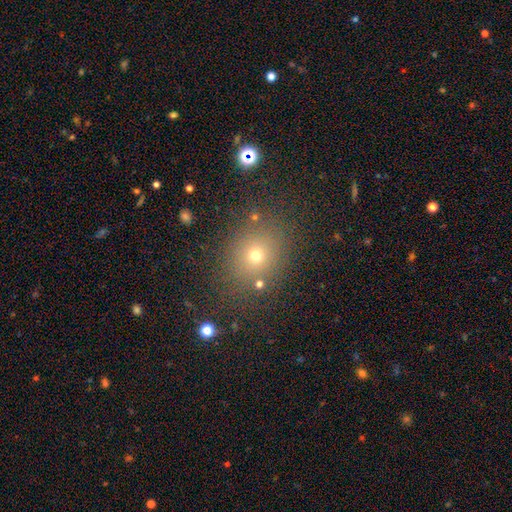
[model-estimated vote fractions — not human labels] Morphology: type=smooth (67%); roundness=round (68%); merging=none (81%).